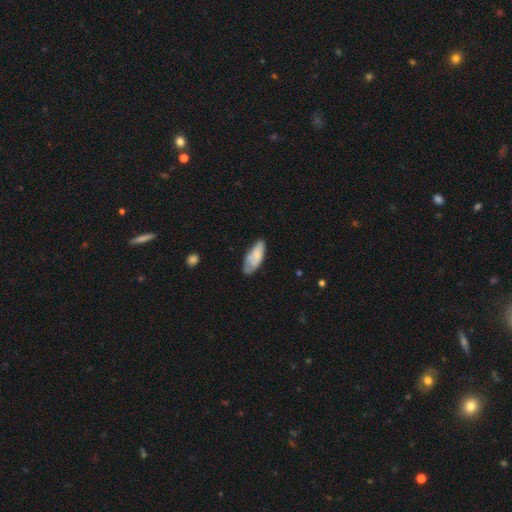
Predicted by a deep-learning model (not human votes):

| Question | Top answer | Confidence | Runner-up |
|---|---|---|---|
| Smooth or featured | smooth | 71% | featured or disk (23%) |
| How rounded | in between | 79% | cigar-shaped (20%) |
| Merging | none | 58% | minor disturbance (31%) |